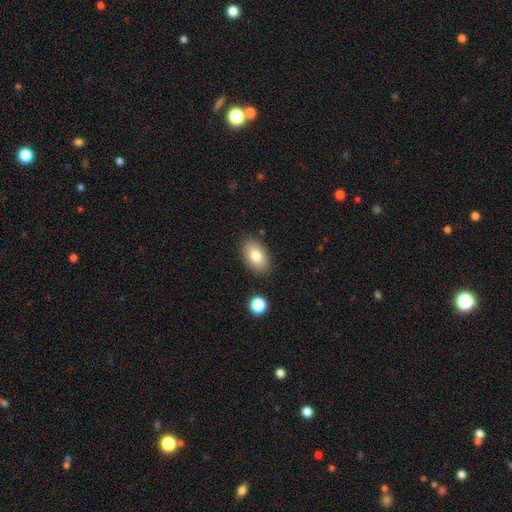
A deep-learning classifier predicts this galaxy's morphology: The model was most divided on "smooth or featured": smooth: 80%, featured or disk: 12%, star or artifact: 8%. More confident: how rounded — in between (91%); merging — none (85%).